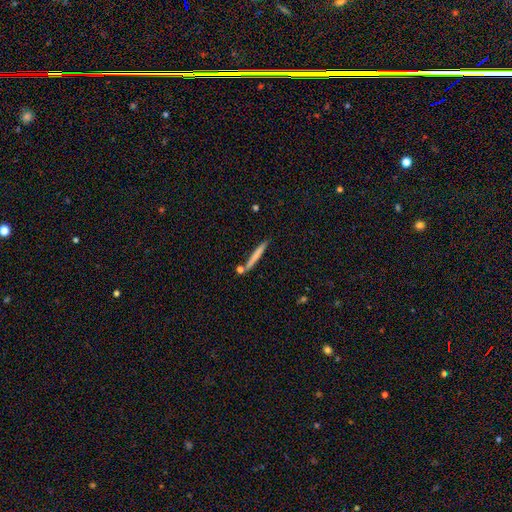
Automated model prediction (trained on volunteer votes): smooth_or_featured: smooth (p=0.66) [alt: featured or disk p=0.27]
how_rounded: cigar-shaped (p=0.96) [alt: in between p=0.03]
merging: none (p=0.78) [alt: minor disturbance p=0.11]